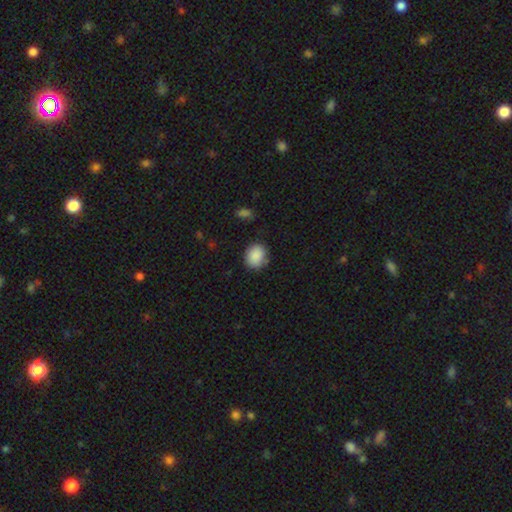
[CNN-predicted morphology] smooth 88%, star or artifact 8%, featured or disk 4%. Down the decision tree: how rounded — round (61%); merging — none (81%).